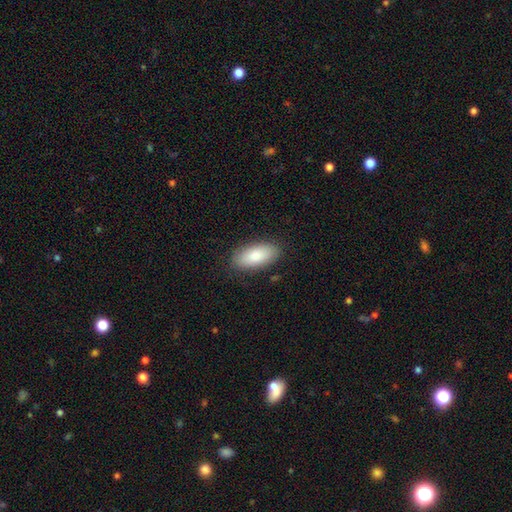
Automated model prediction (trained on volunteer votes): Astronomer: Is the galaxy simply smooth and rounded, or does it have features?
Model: smooth — 83%.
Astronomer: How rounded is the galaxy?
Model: in between — 91%.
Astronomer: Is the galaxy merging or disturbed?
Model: none — 86%.